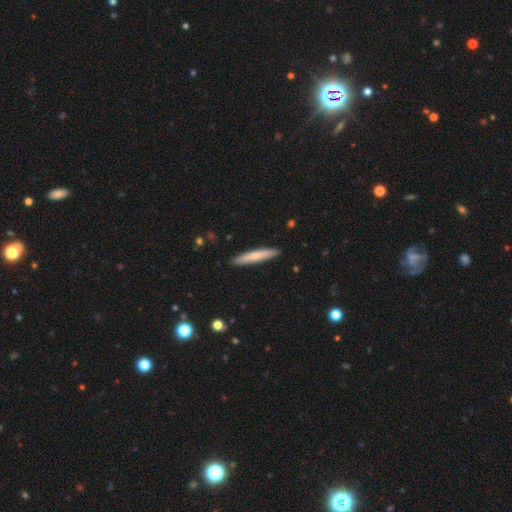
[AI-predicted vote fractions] smooth_or_featured: smooth (p=0.69) [alt: featured or disk p=0.26]
how_rounded: cigar-shaped (p=0.93) [alt: in between p=0.06]
merging: none (p=0.91) [alt: minor disturbance p=0.07]